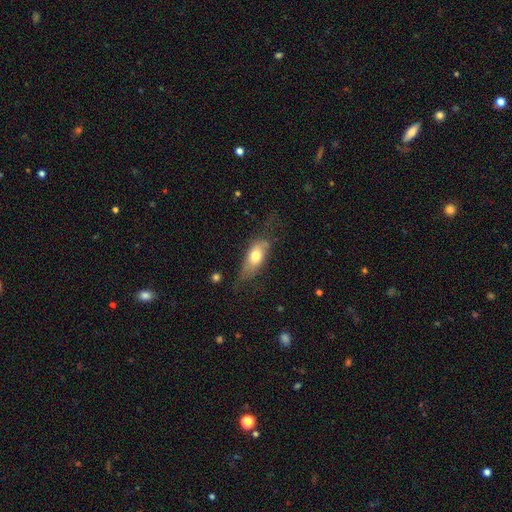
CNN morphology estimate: Smooth or featured: smooth — 66% (featured or disk — 27%)
How rounded: in between — 80% (cigar-shaped — 15%)
Merging: none — 51% (minor disturbance — 31%)